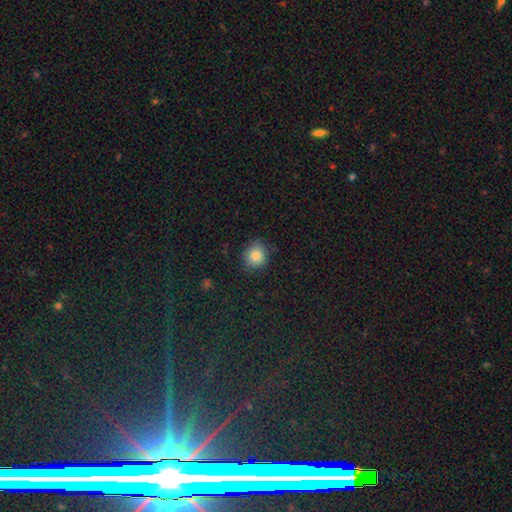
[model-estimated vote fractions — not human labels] smooth_or_featured: smooth (p=0.83) [alt: star or artifact p=0.11]
how_rounded: round (p=0.87) [alt: in between p=0.12]
merging: none (p=0.84) [alt: minor disturbance p=0.12]